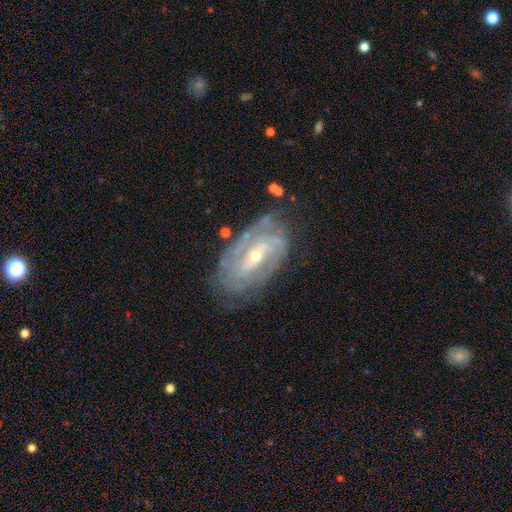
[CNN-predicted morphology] The model was most divided on "bar": weak: 42%, strong: 32%, no: 26%. Remaining: edge-on disk — no (95%); spiral arms — yes (95%); smooth or featured — featured or disk (88%); merging — none (71%); spiral winding — tight (62%); bulge size — small (59%); spiral arm count — 2 (43%).